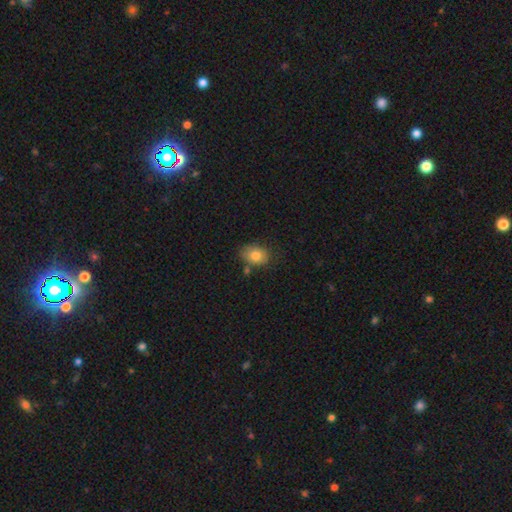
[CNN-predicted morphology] Smooth or featured?
  - smooth: 81% *
  - featured or disk: 10%
  - star or artifact: 9%
How rounded?
  - in between: 65% *
  - round: 34%
  - cigar-shaped: 1%
Merging?
  - none: 69% *
  - minor disturbance: 19%
  - merger: 7%
  - major disturbance: 4%